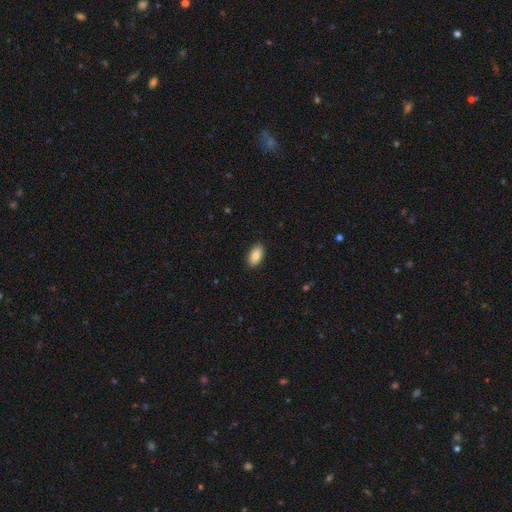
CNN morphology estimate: type=smooth (86%); roundness=in between (93%); merging=none (89%).